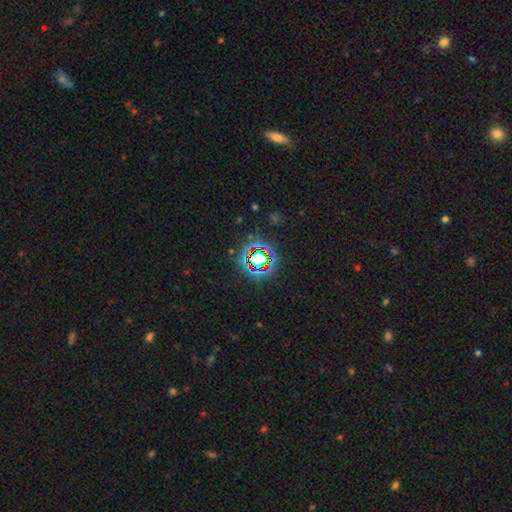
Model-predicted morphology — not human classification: The model was most divided on "smooth or featured": star or artifact: 69%, smooth: 20%, featured or disk: 11%.